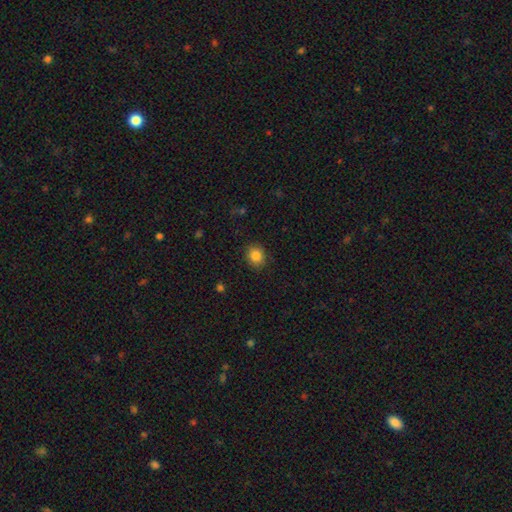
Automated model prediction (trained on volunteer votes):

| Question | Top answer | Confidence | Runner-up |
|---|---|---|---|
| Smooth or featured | smooth | 85% | star or artifact (10%) |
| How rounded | round | 77% | in between (22%) |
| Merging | none | 89% | minor disturbance (8%) |